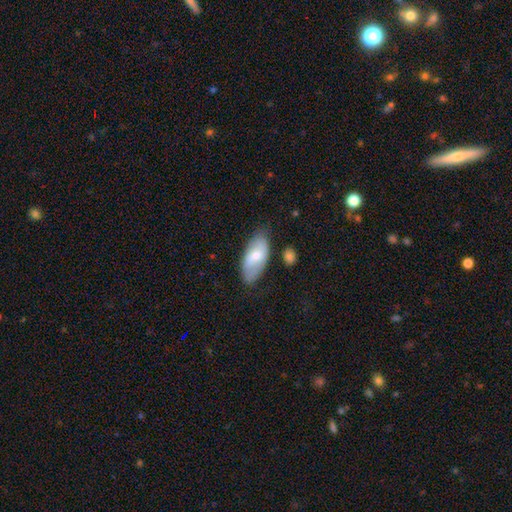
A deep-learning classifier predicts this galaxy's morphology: Q: Smooth or featured?
A: smooth (61%); runner-up: featured or disk (33%)
Q: How rounded?
A: in between (90%); runner-up: cigar-shaped (7%)
Q: Merging?
A: none (68%); runner-up: minor disturbance (23%)